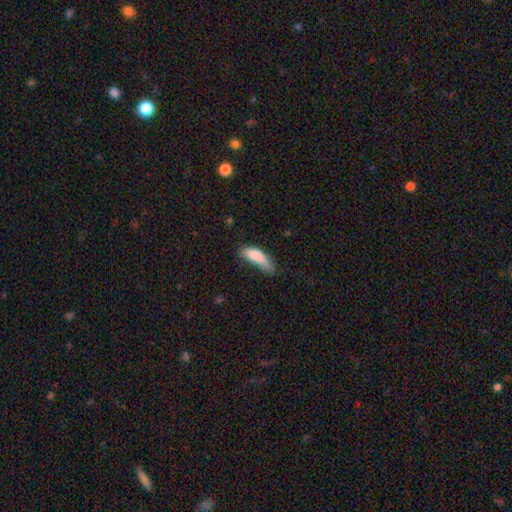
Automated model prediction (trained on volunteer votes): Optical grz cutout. It shows a smooth galaxy with no disk features (81%) that is in between round and cigar-shaped (56%). Merging: minor disturbance (42%).